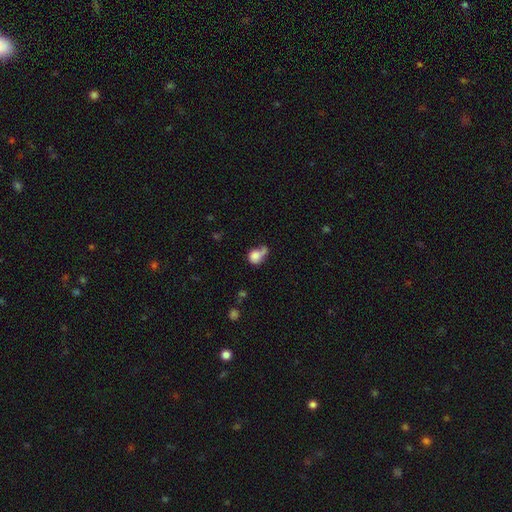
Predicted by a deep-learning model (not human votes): Smooth or featured? Predicted: smooth (p=0.76). How rounded? Predicted: round (p=0.55). Merging? Predicted: merger (p=0.32).